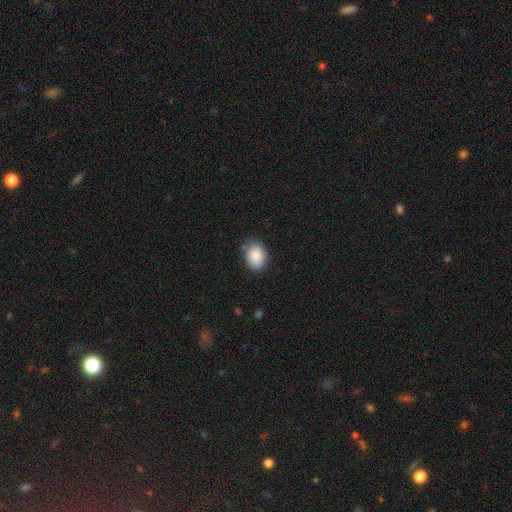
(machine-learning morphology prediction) Overall: smooth (87%). How rounded: in between (79%). Merging: none (73%).